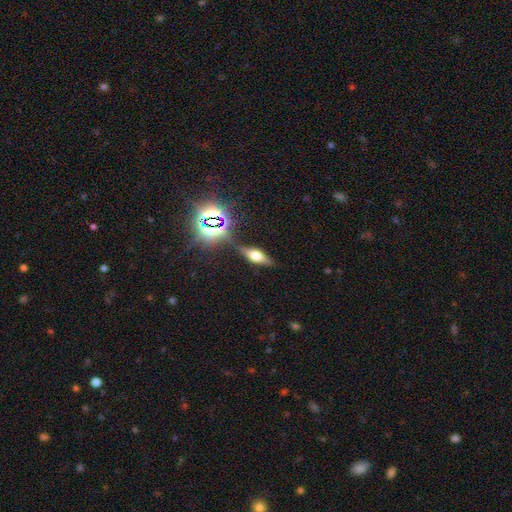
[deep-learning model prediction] A featured or disk galaxy (49%). Merging: none (78%).